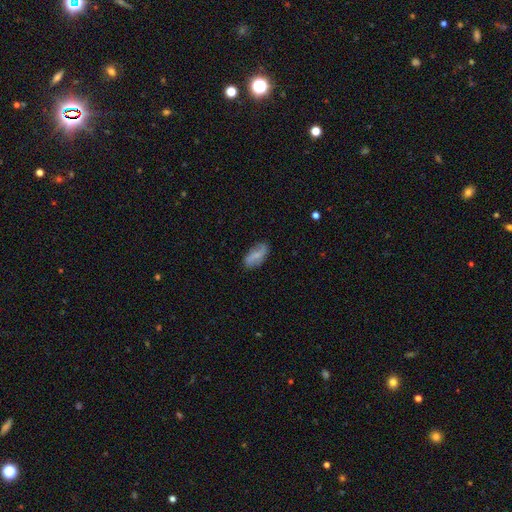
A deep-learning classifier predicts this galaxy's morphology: Q: Smooth or featured?
A: smooth (58%); runner-up: featured or disk (35%)
Q: How rounded?
A: in between (86%); runner-up: cigar-shaped (11%)
Q: Merging?
A: none (79%); runner-up: minor disturbance (16%)